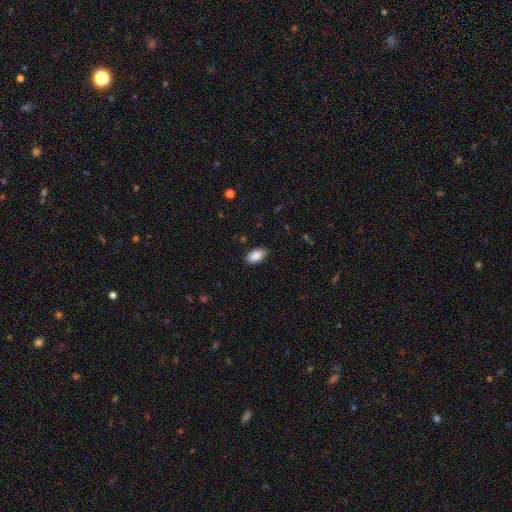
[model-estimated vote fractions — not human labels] This is clearly a smooth galaxy (89%). How rounded: clearly in between (94%). Merging: clearly none (87%).